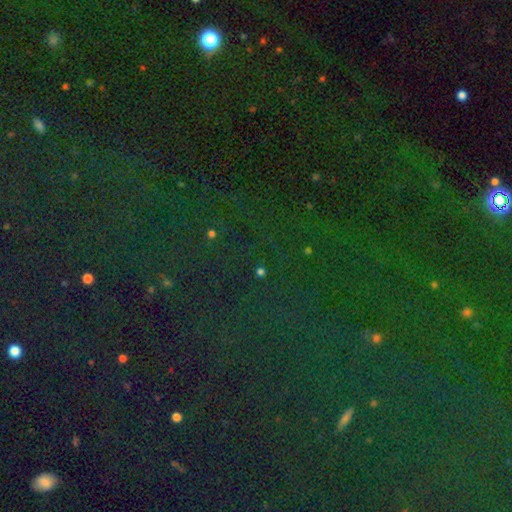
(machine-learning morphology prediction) Overall: star or artifact (83%).